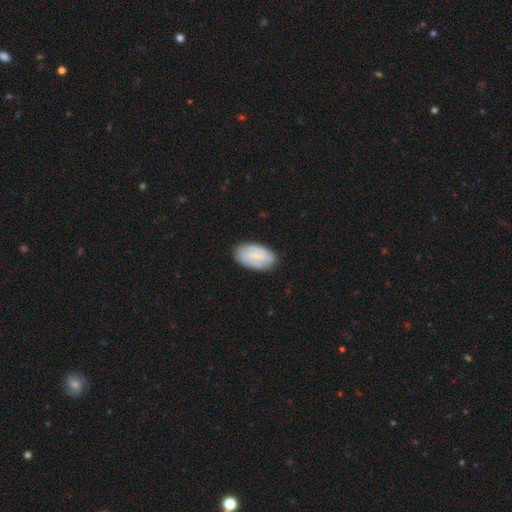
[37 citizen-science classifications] smooth 51%, featured or disk 46%, star or artifact 3%. Down the decision tree: how rounded — in between (95%); merging — none (89%).